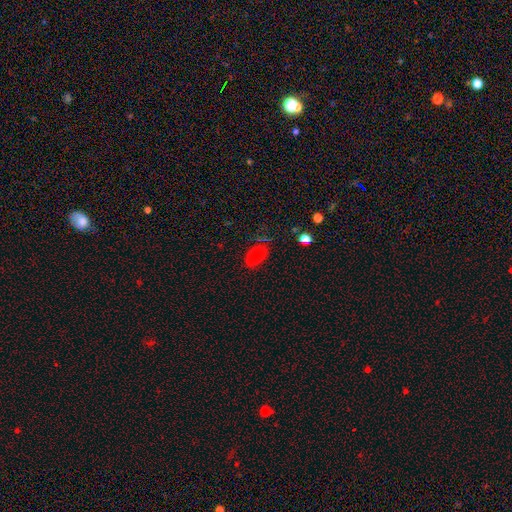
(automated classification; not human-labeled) smooth 81%, star or artifact 14%, featured or disk 5%. Down the decision tree: how rounded — in between (90%); merging — none (72%).